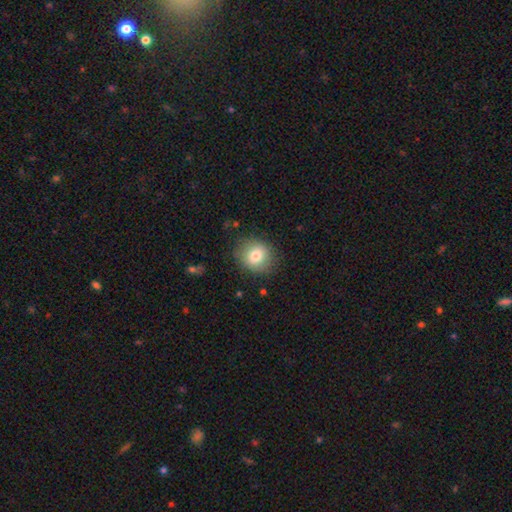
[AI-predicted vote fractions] Overall: smooth (79%). How rounded: round (80%). Merging: none (83%).